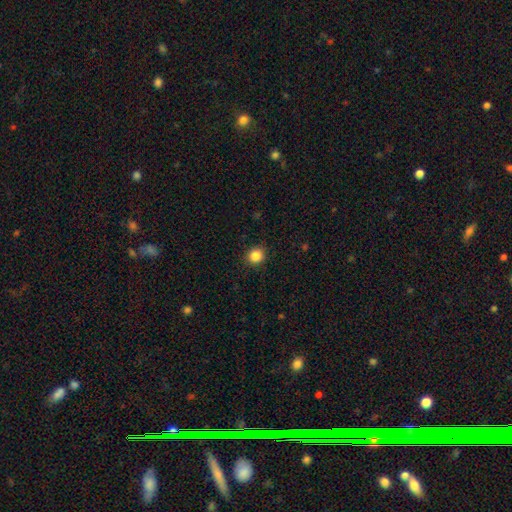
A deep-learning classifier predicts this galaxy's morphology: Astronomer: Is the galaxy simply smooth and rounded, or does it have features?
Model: smooth — 86%.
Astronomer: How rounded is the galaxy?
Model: round — 86%.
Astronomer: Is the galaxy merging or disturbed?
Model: none — 91%.